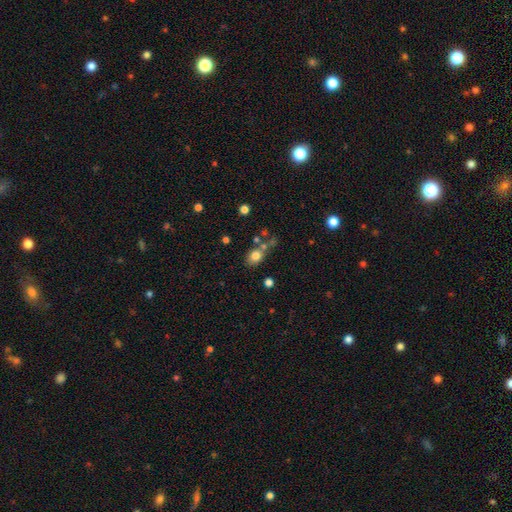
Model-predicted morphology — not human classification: Q: Smooth or featured?
A: smooth (77%); runner-up: star or artifact (12%)
Q: How rounded?
A: round (51%); runner-up: in between (47%)
Q: Merging?
A: none (56%); runner-up: merger (20%)